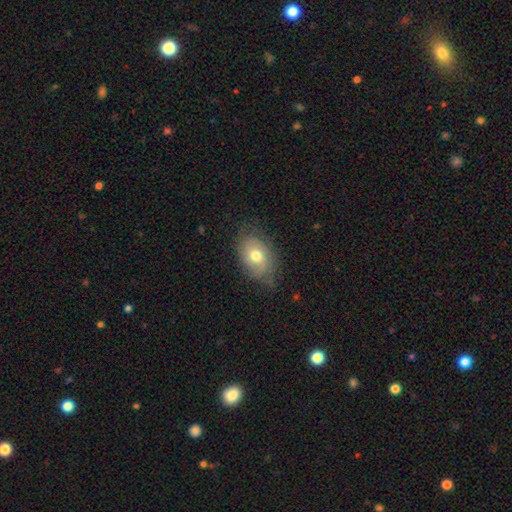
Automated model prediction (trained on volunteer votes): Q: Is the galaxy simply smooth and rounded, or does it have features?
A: smooth — 66%.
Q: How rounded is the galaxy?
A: in between — 81%.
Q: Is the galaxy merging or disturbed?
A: none — 69%.